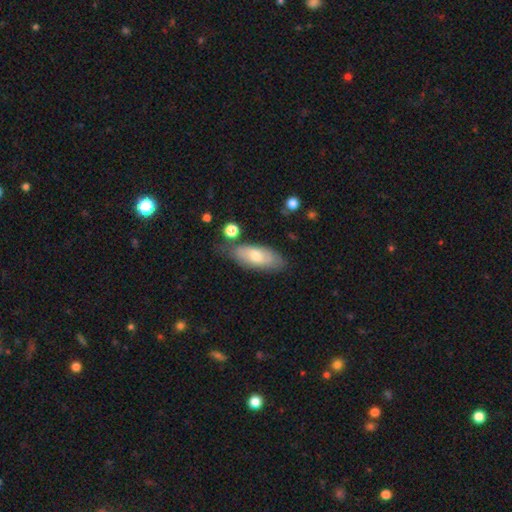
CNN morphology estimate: Smooth or featured?
  - smooth: 63% *
  - featured or disk: 31%
  - star or artifact: 6%
How rounded?
  - in between: 80% *
  - cigar-shaped: 18%
  - round: 2%
Merging?
  - none: 68% *
  - minor disturbance: 22%
  - major disturbance: 5%
  - merger: 5%